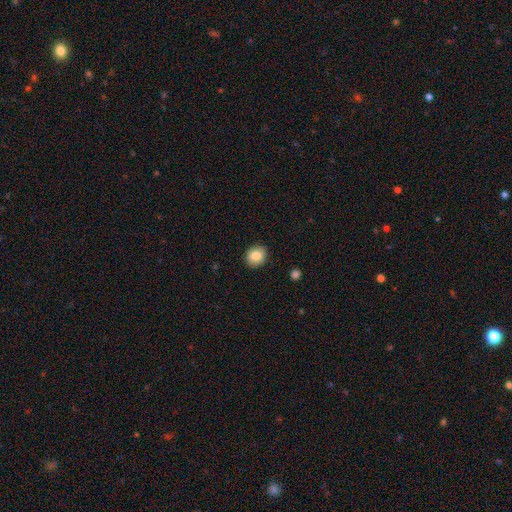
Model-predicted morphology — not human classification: The model was most divided on "how rounded": round: 70%, in between: 29%, cigar-shaped: 1%. More confident: merging — none (90%); smooth or featured — smooth (85%).